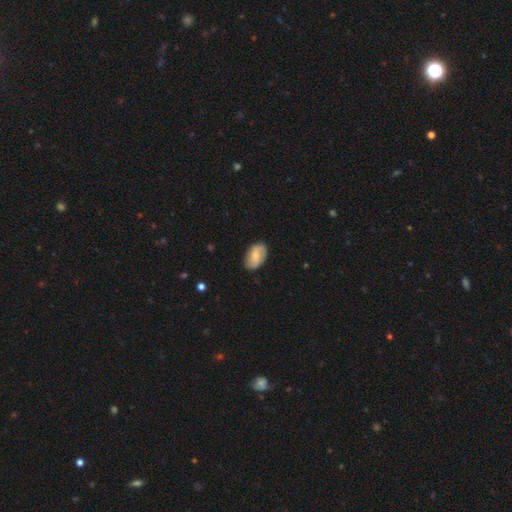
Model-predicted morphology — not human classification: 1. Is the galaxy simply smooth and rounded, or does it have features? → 49% smooth, 45% featured or disk, 7% star or artifact.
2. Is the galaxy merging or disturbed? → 78% none, 17% minor disturbance, 3% major disturbance, 1% merger.